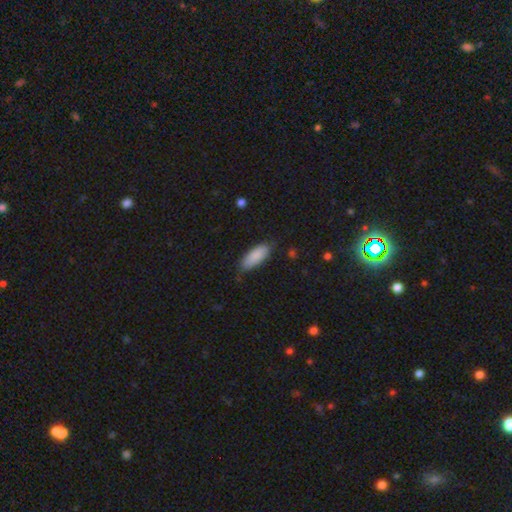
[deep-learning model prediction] smooth_or_featured: smooth (p=0.87) [alt: featured or disk p=0.07]
how_rounded: in between (p=0.78) [alt: cigar-shaped p=0.20]
merging: none (p=0.76) [alt: minor disturbance p=0.19]